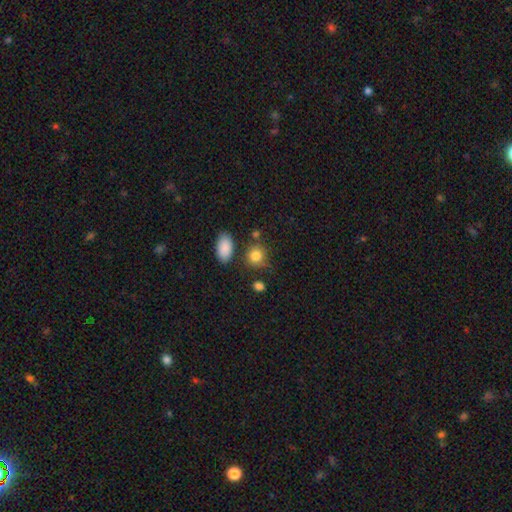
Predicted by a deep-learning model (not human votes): Smooth or featured? smooth (84%)
How rounded? round (73%)
Merging? none (73%)